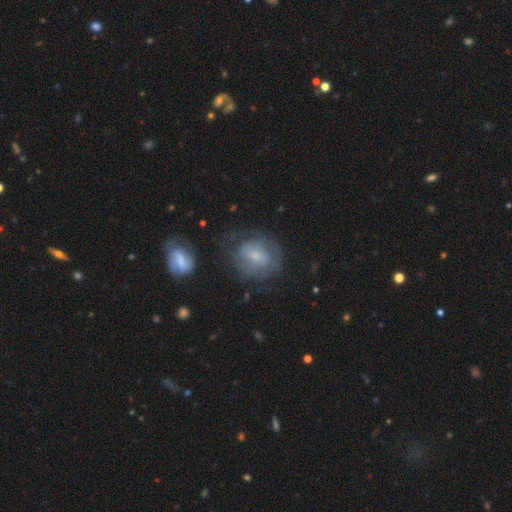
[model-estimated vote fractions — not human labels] smooth-or-featured: smooth: 46% | featured or disk: 45% | star or artifact: 9%
  merging: none: 58% | minor disturbance: 22% | major disturbance: 16% | merger: 4%